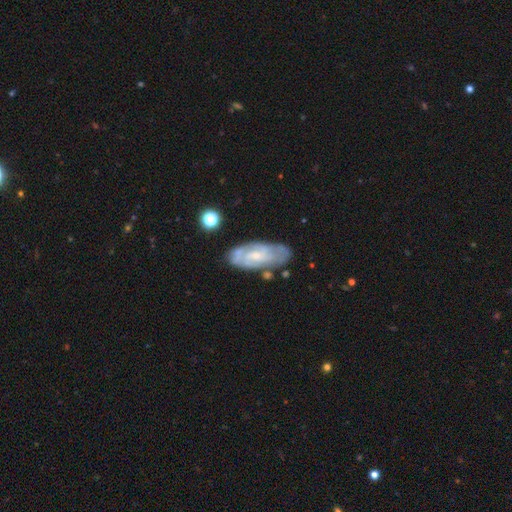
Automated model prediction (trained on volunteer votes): This appears to be a featured or disk galaxy (72%) with no bar (59%), tight (59%) spiral arms (82%) and a small central bulge (64%). Merging: none (71%).